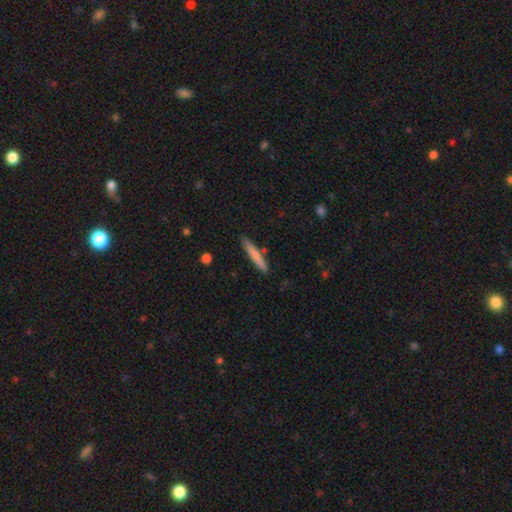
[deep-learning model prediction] A smooth galaxy with no disk features (74%) that is cigar-shaped (95%).

Vote fractions:
- Smooth or featured? smooth: 74% / featured or disk: 20% / star or artifact: 5%
- How rounded? cigar-shaped: 95% / in between: 4% / round: 1%
- Merging? none: 86% / minor disturbance: 10% / merger: 3% / major disturbance: 2%